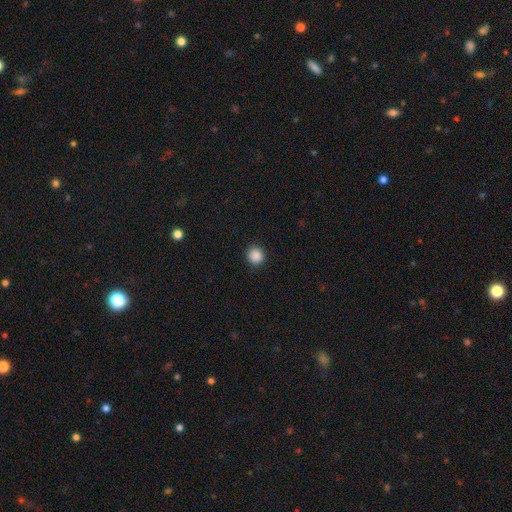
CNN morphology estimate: Smooth or featured: smooth — 88% (star or artifact — 10%)
How rounded: round — 93% (in between — 6%)
Merging: none — 92% (minor disturbance — 5%)